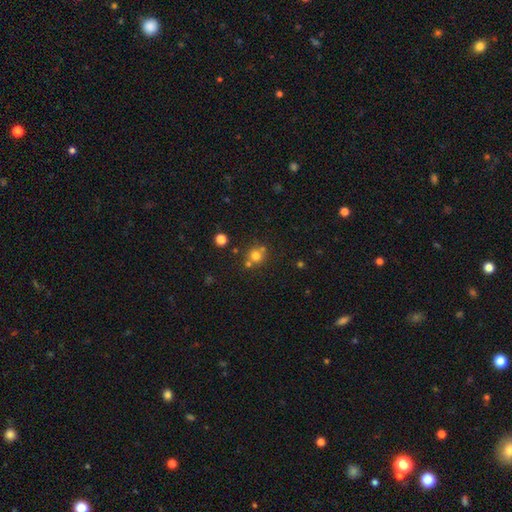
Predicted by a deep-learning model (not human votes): A smooth galaxy with no disk features (72%) that is round (88%).

Vote fractions:
- Smooth or featured? smooth: 72% / star or artifact: 17% / featured or disk: 10%
- How rounded? round: 88% / in between: 11% / cigar-shaped: 1%
- Merging? none: 61% / merger: 26% / minor disturbance: 9% / major disturbance: 4%